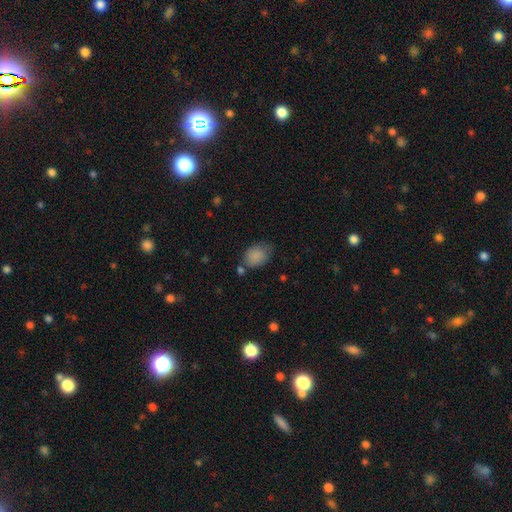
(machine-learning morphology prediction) This is clearly a smooth galaxy (86%). How rounded: likely in between (75%). Merging: possibly none (60%).